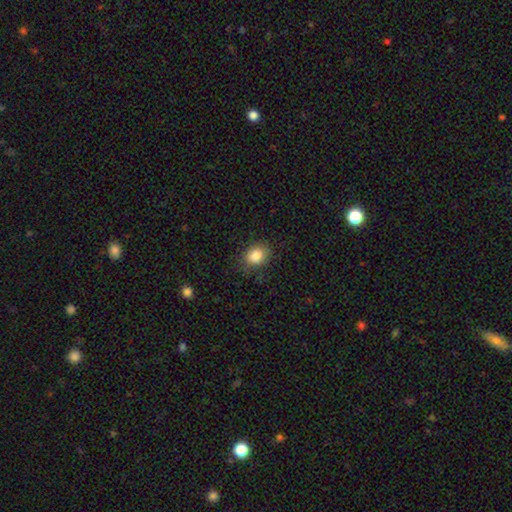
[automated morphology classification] This appears to be a smooth galaxy with no disk features (85%) that is in between round and cigar-shaped (58%). Merging: none (80%).